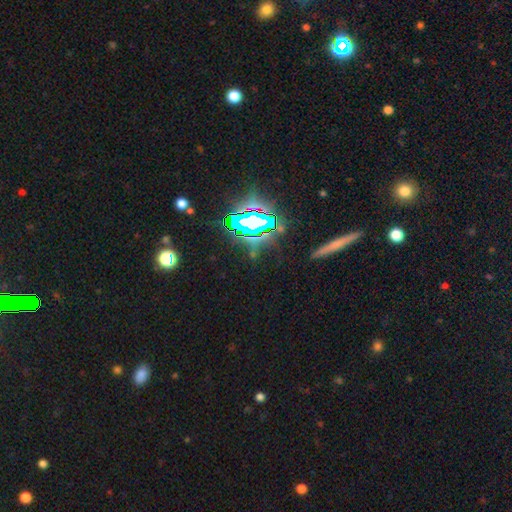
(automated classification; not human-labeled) Q: Smooth or featured?
A: star or artifact (72%); runner-up: smooth (15%)